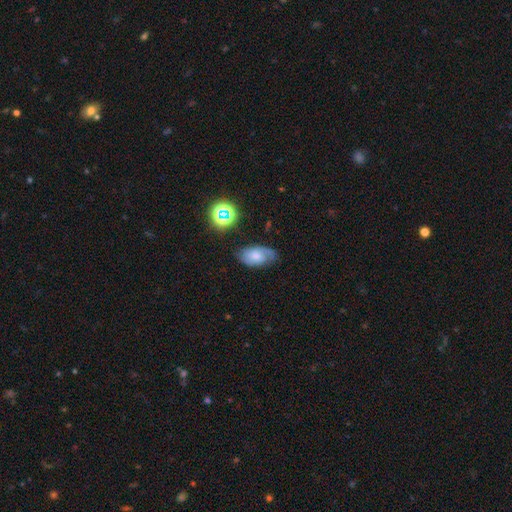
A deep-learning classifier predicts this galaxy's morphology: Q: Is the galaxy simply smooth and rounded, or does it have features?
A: smooth — 45%.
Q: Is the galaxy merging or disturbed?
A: none — 60%.